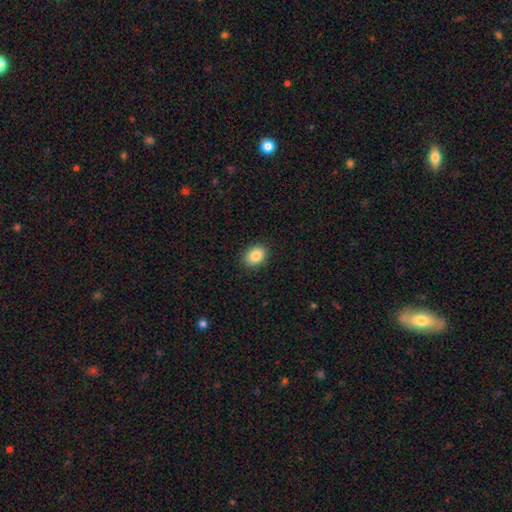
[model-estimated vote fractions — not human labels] This appears to be a smooth galaxy with no disk features (86%) that is in between round and cigar-shaped (62%). Merging: none (90%).